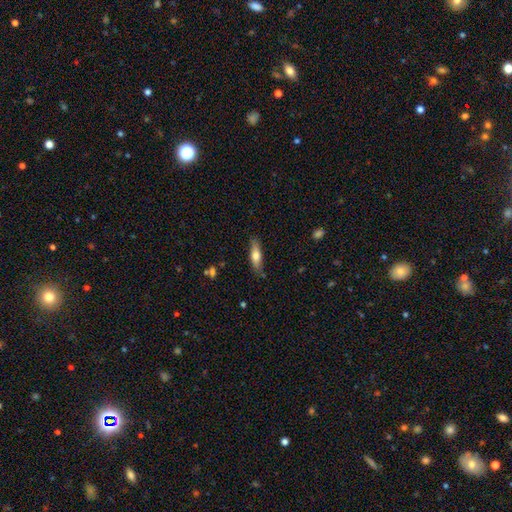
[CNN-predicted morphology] smooth-or-featured: smooth: 64% | featured or disk: 29% | star or artifact: 6%
  how-rounded: cigar-shaped: 57% | in between: 40% | round: 2%
  merging: none: 80% | minor disturbance: 15% | major disturbance: 3% | merger: 2%